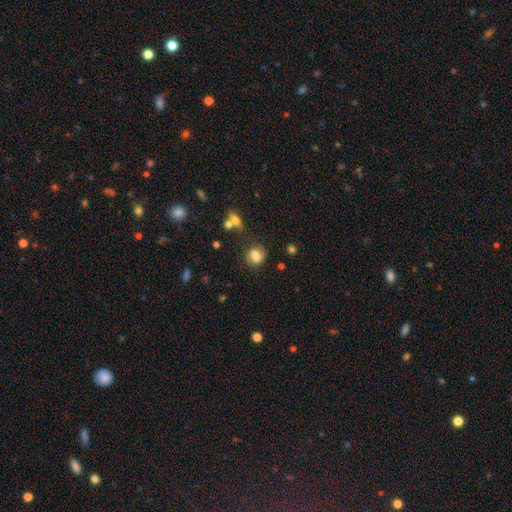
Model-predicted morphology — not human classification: Overall: smooth (75%). How rounded: round (65%; in between 33%). Merging: none (76%).